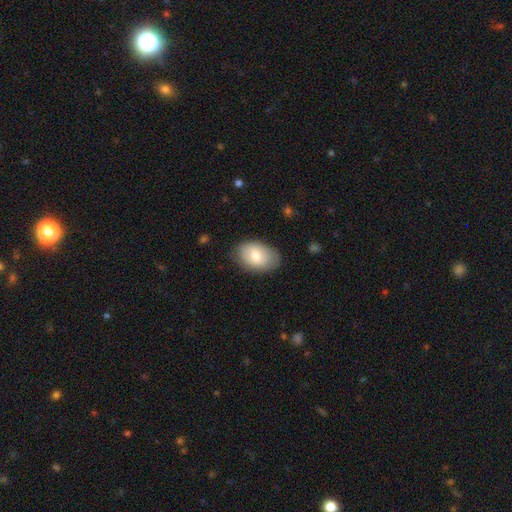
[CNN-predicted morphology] Smooth or featured?
  - smooth: 77% *
  - featured or disk: 17%
  - star or artifact: 6%
How rounded?
  - in between: 87% *
  - round: 12%
  - cigar-shaped: 1%
Merging?
  - none: 81% *
  - minor disturbance: 15%
  - major disturbance: 3%
  - merger: 1%